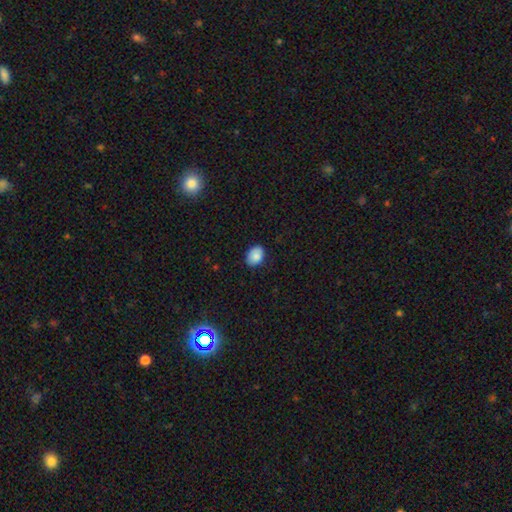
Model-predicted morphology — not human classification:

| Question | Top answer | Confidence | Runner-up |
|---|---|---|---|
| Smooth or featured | smooth | 87% | star or artifact (8%) |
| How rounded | in between | 74% | round (25%) |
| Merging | none | 83% | minor disturbance (14%) |